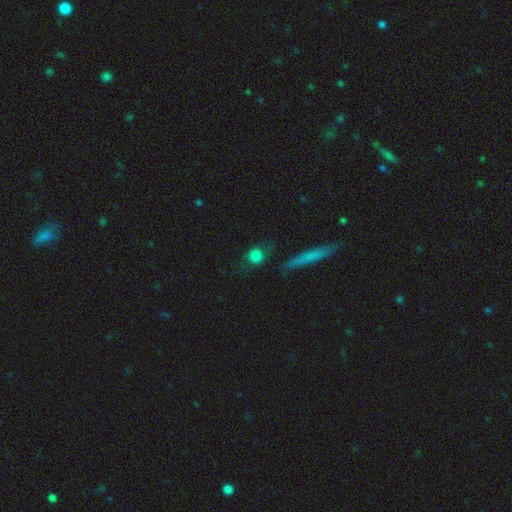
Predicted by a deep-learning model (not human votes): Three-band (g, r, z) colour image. It shows a smooth galaxy with no disk features (79%) that is round (80%). Merging: none (71%).